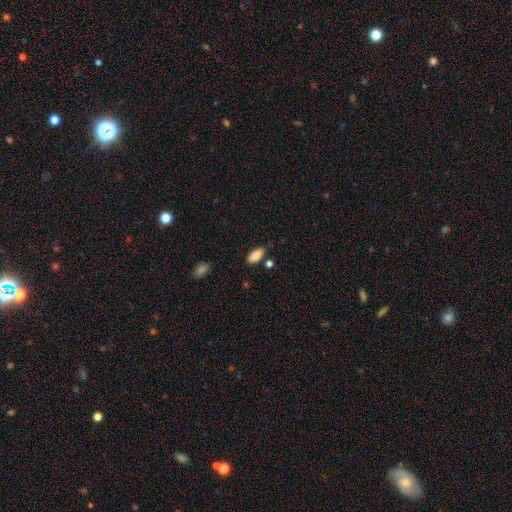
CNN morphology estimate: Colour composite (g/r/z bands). It shows a smooth galaxy with no disk features (87%) that is in between round and cigar-shaped (89%). Merging: none (77%).